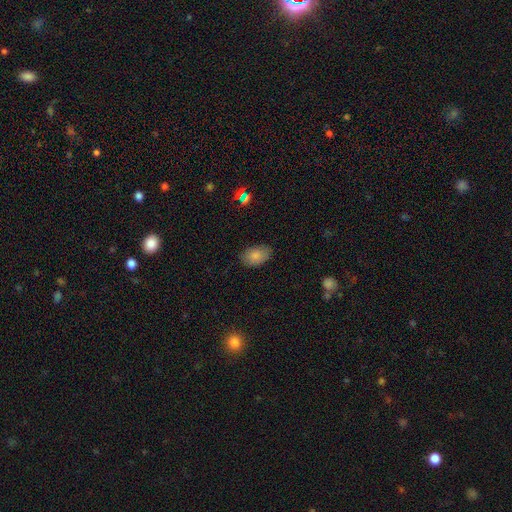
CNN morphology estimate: Smooth or featured? Predicted: smooth (p=0.83). How rounded? Predicted: in between (p=0.89). Merging? Predicted: none (p=0.79).